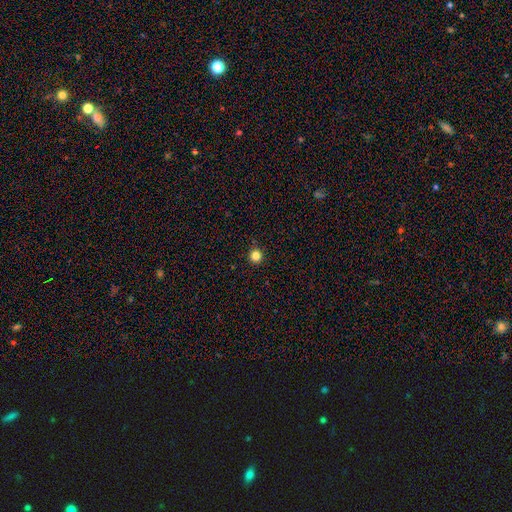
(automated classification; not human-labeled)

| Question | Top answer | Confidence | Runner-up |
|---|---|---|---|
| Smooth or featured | smooth | 83% | star or artifact (13%) |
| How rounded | round | 94% | in between (5%) |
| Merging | none | 92% | minor disturbance (5%) |